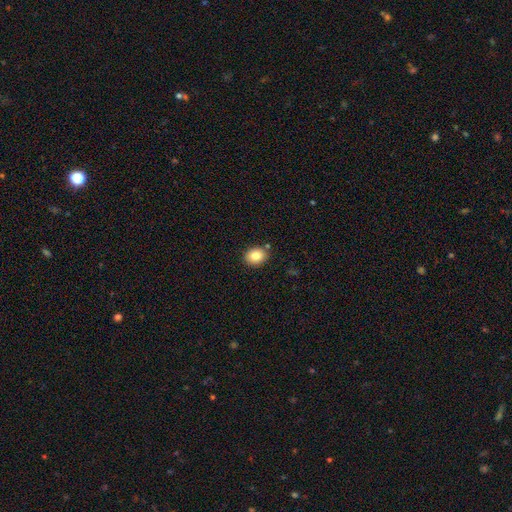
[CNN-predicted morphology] Q: Smooth or featured?
A: smooth (83%); runner-up: star or artifact (9%)
Q: How rounded?
A: in between (56%); runner-up: round (43%)
Q: Merging?
A: none (85%); runner-up: minor disturbance (9%)